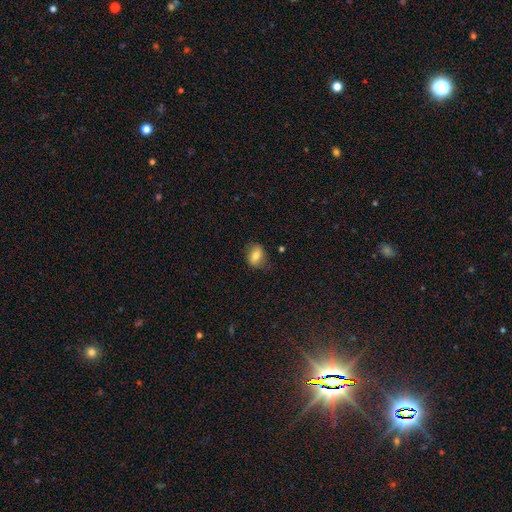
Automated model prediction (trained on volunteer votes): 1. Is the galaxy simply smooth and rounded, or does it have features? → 74% smooth, 17% featured or disk, 9% star or artifact.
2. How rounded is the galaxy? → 69% in between, 29% round, 2% cigar-shaped.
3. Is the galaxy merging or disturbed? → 75% none, 19% minor disturbance, 5% major disturbance, 1% merger.